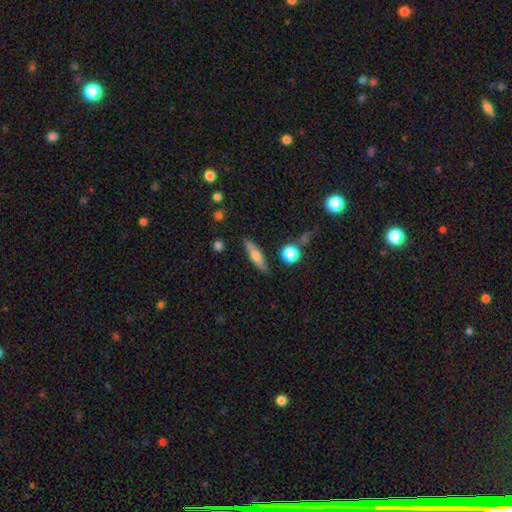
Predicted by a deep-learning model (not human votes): Smooth or featured? Predicted: smooth (p=0.56). How rounded? Predicted: cigar-shaped (p=0.74). Merging? Predicted: none (p=0.85).